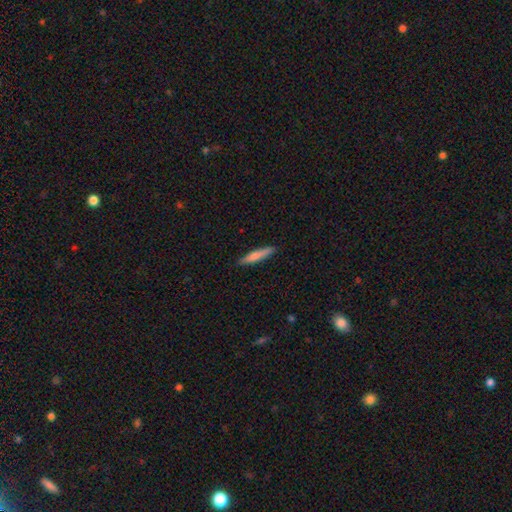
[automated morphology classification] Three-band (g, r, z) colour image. It shows a smooth galaxy with no disk features (73%) that is cigar-shaped (90%). Merging: none (89%).